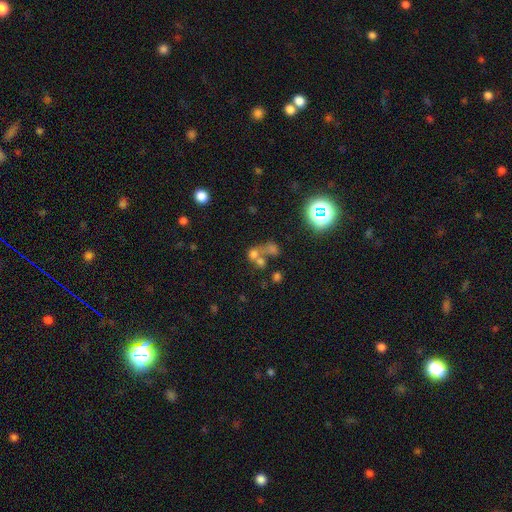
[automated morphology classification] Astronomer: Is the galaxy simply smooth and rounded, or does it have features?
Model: smooth — 57%.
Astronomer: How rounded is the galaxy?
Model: round — 65%.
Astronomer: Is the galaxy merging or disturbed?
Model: merger — 54% (runner-up: none, 30%).